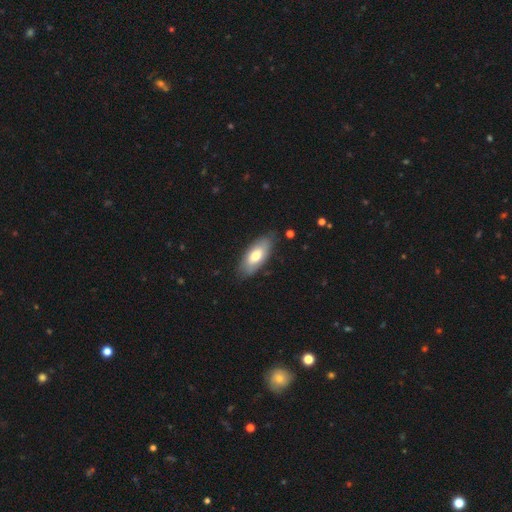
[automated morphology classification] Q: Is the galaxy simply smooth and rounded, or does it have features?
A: smooth — 69%.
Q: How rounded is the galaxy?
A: in between — 86%.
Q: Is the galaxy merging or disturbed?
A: none — 79%.